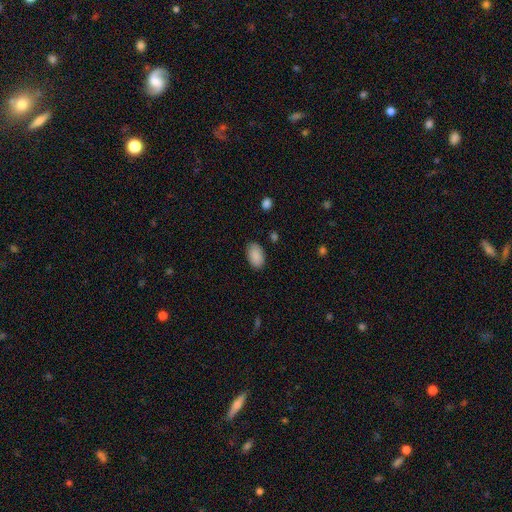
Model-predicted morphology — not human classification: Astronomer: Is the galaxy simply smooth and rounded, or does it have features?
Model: smooth — 89%.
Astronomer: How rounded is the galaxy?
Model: in between — 93%.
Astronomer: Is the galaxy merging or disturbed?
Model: none — 85%.